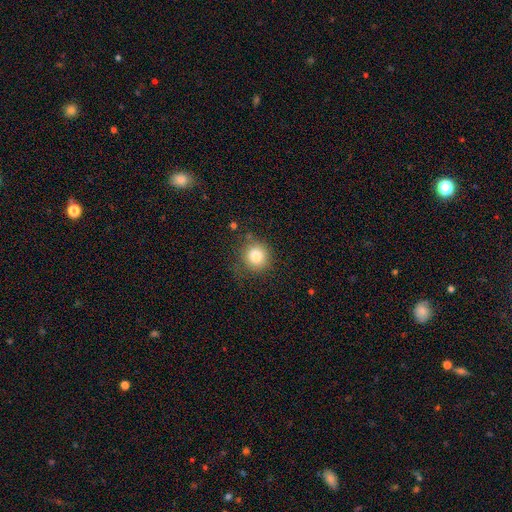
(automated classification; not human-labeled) A smooth galaxy with no disk features (83%) that is round (91%). Merging: none (75%).